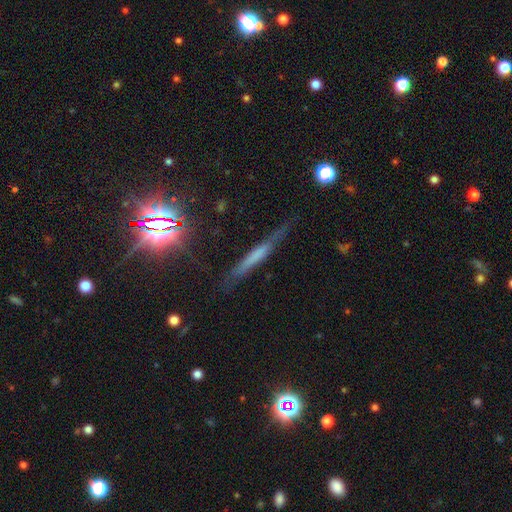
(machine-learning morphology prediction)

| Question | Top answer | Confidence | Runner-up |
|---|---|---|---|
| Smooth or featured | featured or disk | 43% | smooth (40%) |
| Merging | none | 77% | minor disturbance (16%) |